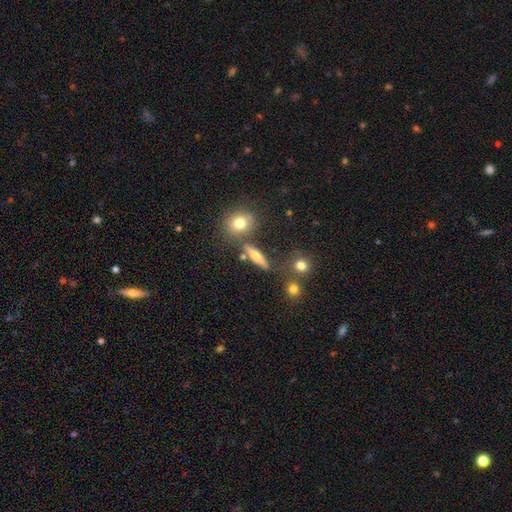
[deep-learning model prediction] smooth-or-featured: smooth: 46% | featured or disk: 40% | star or artifact: 14%
  merging: none: 75% | minor disturbance: 11% | merger: 9% | major disturbance: 5%